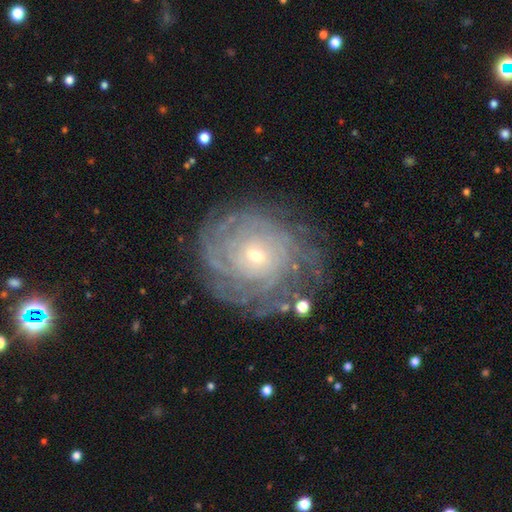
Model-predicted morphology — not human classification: This appears to be a featured or disk galaxy (84%) with no bar (78%), tight (83%) spiral arms (94%) and a small central bulge (73%). Merging: none (76%).